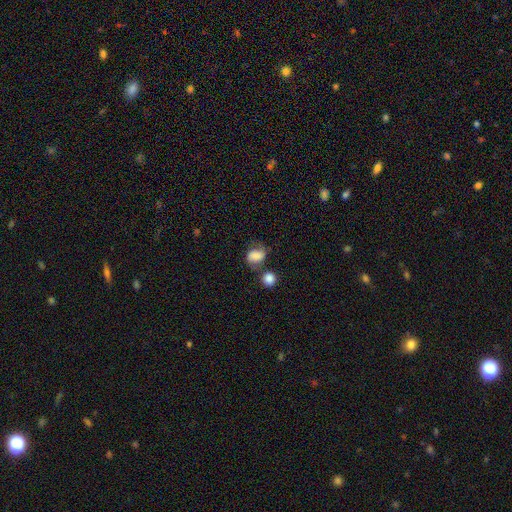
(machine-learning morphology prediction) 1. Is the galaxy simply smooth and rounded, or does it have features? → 69% smooth, 21% featured or disk, 10% star or artifact.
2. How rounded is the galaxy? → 53% in between, 45% round, 1% cigar-shaped.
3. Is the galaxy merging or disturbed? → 48% none, 22% minor disturbance, 20% merger, 11% major disturbance.